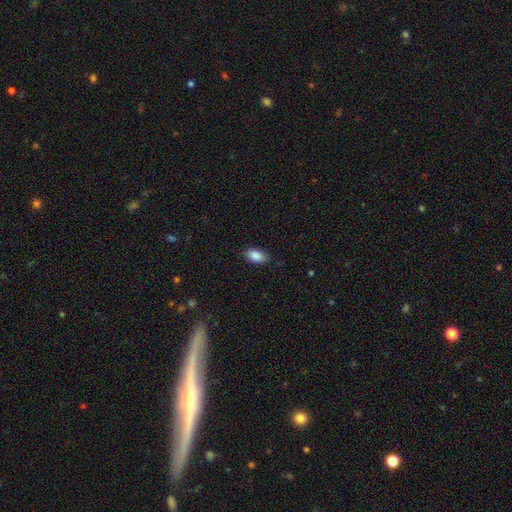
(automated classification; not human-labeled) smooth_or_featured: smooth (p=0.88) [alt: star or artifact p=0.07]
how_rounded: in between (p=0.93) [alt: round p=0.04]
merging: none (p=0.86) [alt: minor disturbance p=0.11]